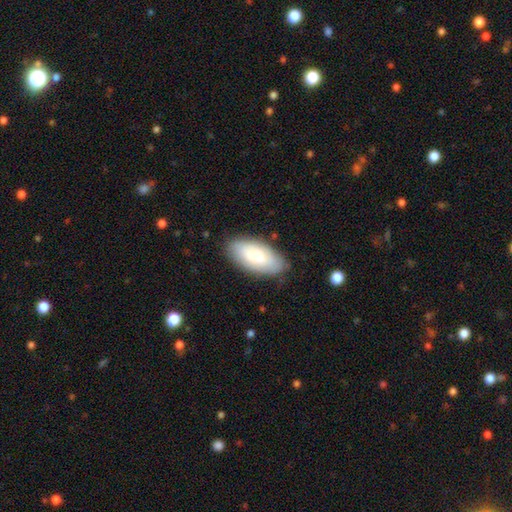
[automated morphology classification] The model was most divided on "smooth or featured": smooth: 78%, featured or disk: 16%, star or artifact: 6%. More confident: how rounded — in between (92%); merging — none (80%).